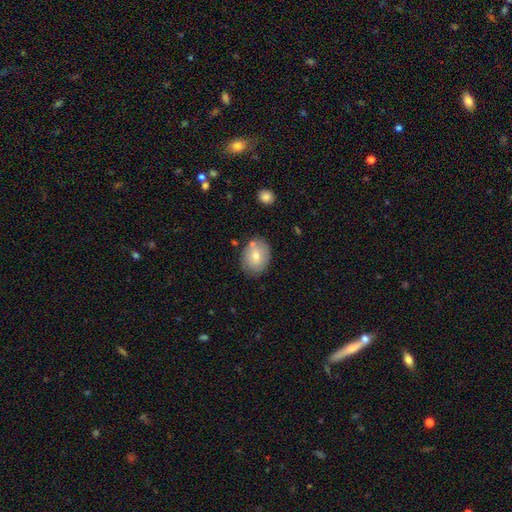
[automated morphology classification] type=smooth (67%); roundness=in between (55%); merging=none (78%).